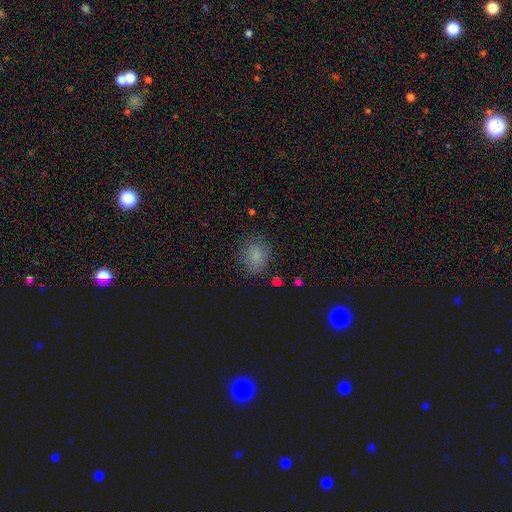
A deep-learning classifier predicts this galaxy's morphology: smooth 76%, star or artifact 14%, featured or disk 10%. Down the decision tree: how rounded — round (55%); merging — none (75%).